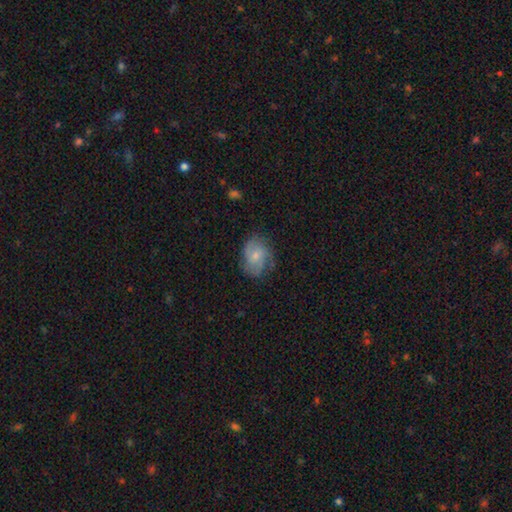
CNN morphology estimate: Q: Smooth or featured?
A: featured or disk (53%); runner-up: smooth (39%)
Q: Edge-on disk?
A: no (97%); runner-up: yes (3%)
Q: Bar?
A: no (63%); runner-up: weak (32%)
Q: Spiral arms?
A: yes (85%); runner-up: no (15%)
Q: Bulge size?
A: small (53%); runner-up: moderate (36%)
Q: Merging?
A: none (68%); runner-up: minor disturbance (22%)